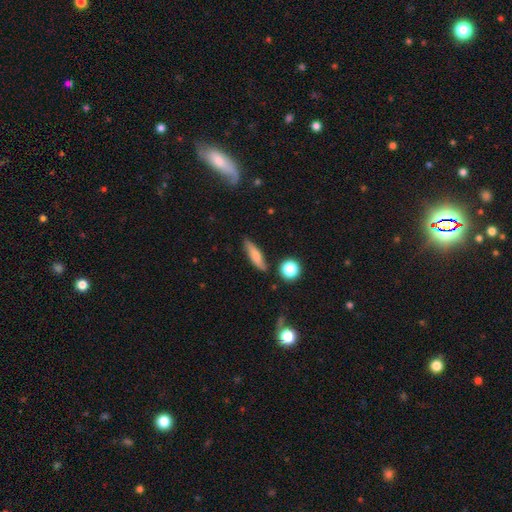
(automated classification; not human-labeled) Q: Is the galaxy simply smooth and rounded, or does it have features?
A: smooth — 68%.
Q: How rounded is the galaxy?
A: cigar-shaped — 67%.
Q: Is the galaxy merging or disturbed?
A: none — 79%.